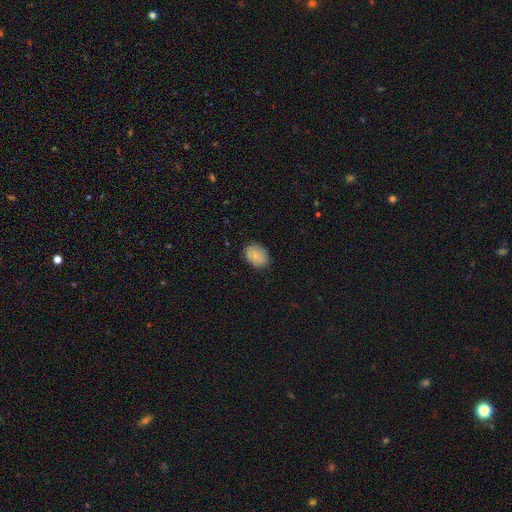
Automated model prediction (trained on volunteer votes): Smooth or featured?
  - smooth: 81% *
  - featured or disk: 11%
  - star or artifact: 8%
How rounded?
  - in between: 68% *
  - round: 31%
  - cigar-shaped: 1%
Merging?
  - none: 83% *
  - minor disturbance: 13%
  - major disturbance: 3%
  - merger: 1%